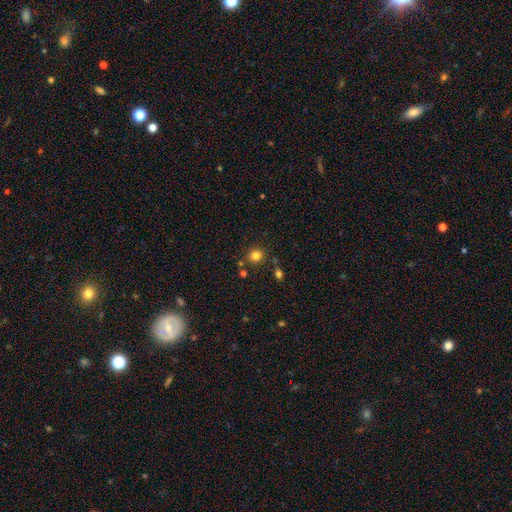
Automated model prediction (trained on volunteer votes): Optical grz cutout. It shows a smooth galaxy with no disk features (80%) that is round (88%). Merging: none (82%).